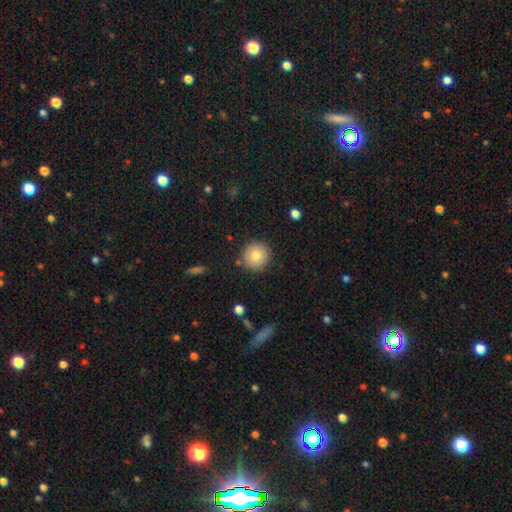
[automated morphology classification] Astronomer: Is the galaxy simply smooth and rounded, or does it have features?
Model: smooth — 81%.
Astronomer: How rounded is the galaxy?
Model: round — 93%.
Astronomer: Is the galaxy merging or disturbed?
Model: none — 87%.